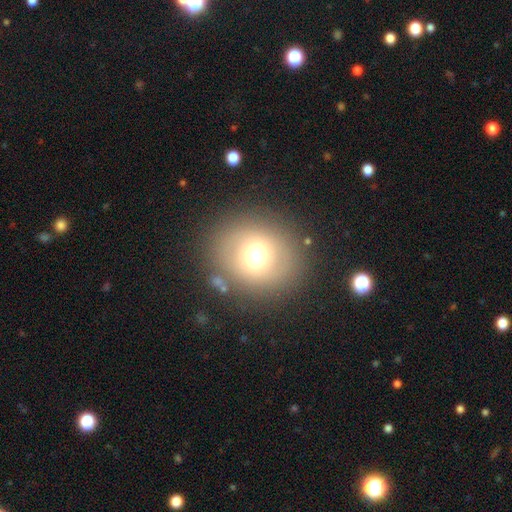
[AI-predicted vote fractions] Smooth or featured? Predicted: smooth (p=0.64). How rounded? Predicted: round (p=0.79). Merging? Predicted: none (p=0.82).